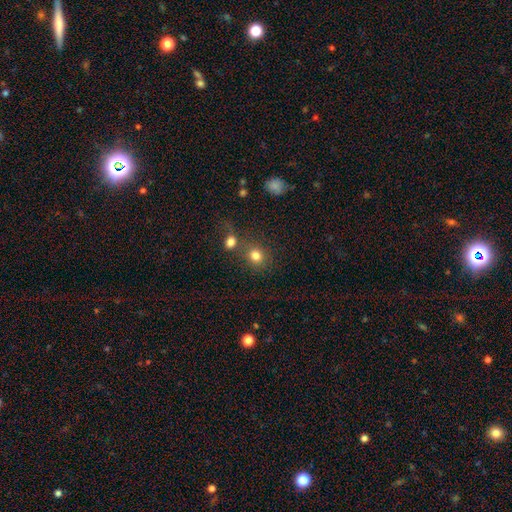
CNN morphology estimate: smooth_or_featured: smooth (p=0.80) [alt: star or artifact p=0.13]
how_rounded: round (p=0.78) [alt: in between p=0.21]
merging: none (p=0.62) [alt: merger p=0.23]